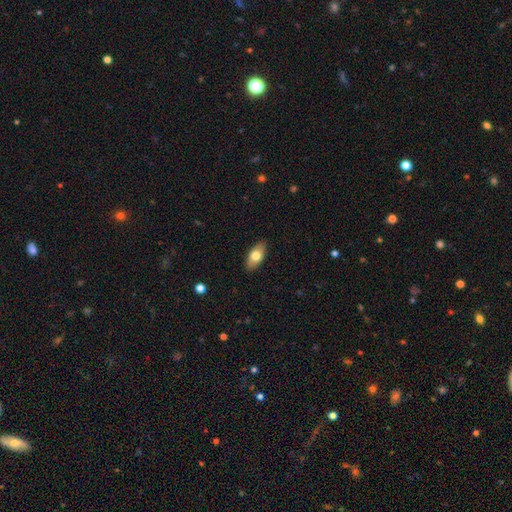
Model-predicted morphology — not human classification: Smooth or featured: smooth — 74% (featured or disk — 19%)
How rounded: in between — 89% (cigar-shaped — 7%)
Merging: none — 88% (minor disturbance — 9%)